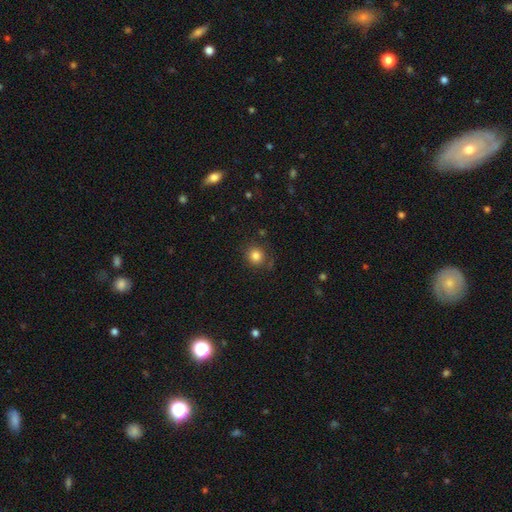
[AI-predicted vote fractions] This appears to be a smooth galaxy with no disk features (83%) that is round (88%). Merging: none (83%).